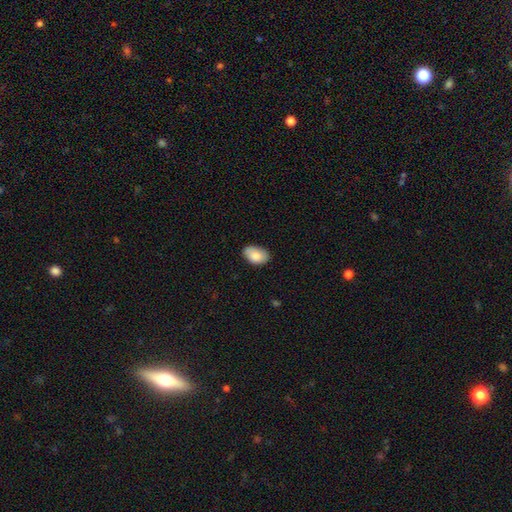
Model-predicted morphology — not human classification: Smooth or featured? Predicted: smooth (p=0.85). How rounded? Predicted: in between (p=0.90). Merging? Predicted: none (p=0.78).